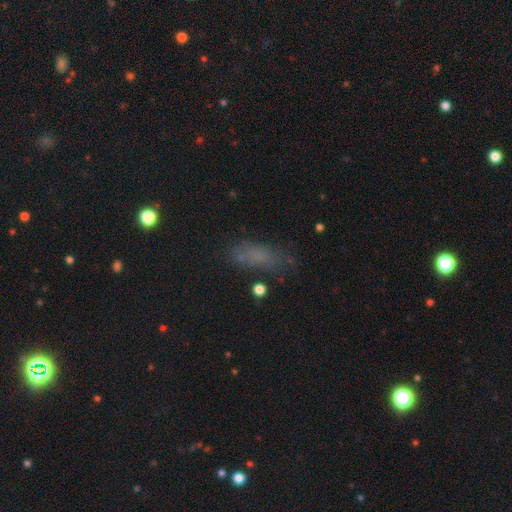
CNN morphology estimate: Smooth or featured? Predicted: smooth (p=0.64). How rounded? Predicted: in between (p=0.70). Merging? Predicted: none (p=0.61).